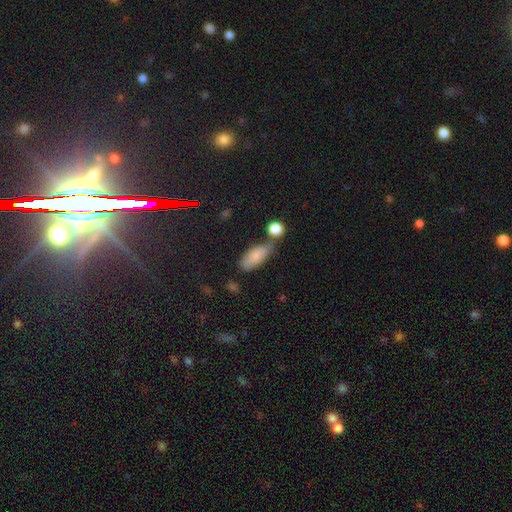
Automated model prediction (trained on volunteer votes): This is clearly a smooth galaxy (81%). How rounded: clearly in between (85%). Merging: possibly none (49%).